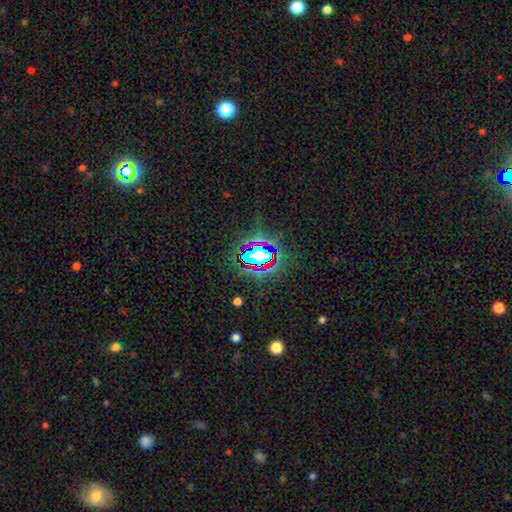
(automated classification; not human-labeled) This is likely a star or artifact rather than a galaxy (67%).